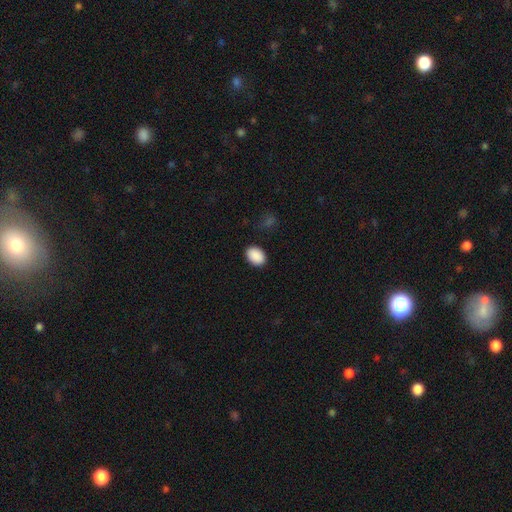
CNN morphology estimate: Smooth or featured?
  - smooth: 91% *
  - star or artifact: 7%
  - featured or disk: 2%
How rounded?
  - in between: 80% *
  - round: 19%
  - cigar-shaped: 1%
Merging?
  - none: 88% *
  - minor disturbance: 8%
  - major disturbance: 2%
  - merger: 1%